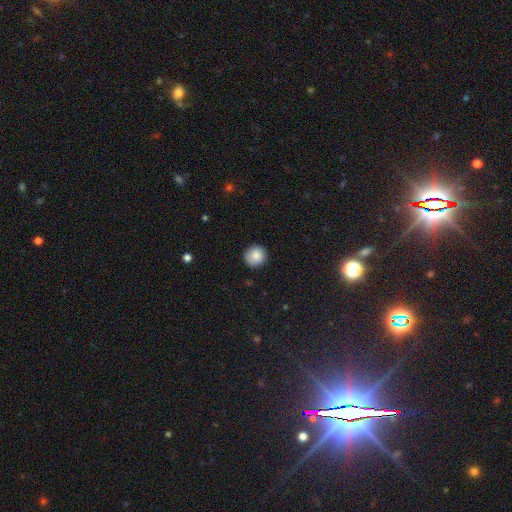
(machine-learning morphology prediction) smooth_or_featured: smooth (p=0.86) [alt: star or artifact p=0.08]
how_rounded: round (p=0.94) [alt: in between p=0.05]
merging: none (p=0.89) [alt: minor disturbance p=0.08]